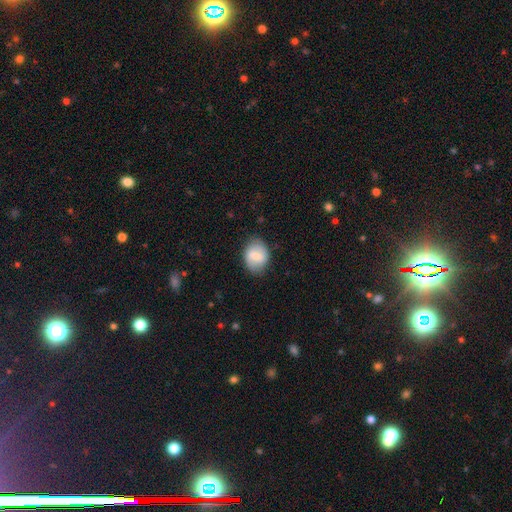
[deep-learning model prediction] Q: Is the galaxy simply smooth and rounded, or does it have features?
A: smooth — 60%.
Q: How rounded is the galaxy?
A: in between — 51%.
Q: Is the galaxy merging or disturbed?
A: none — 79%.